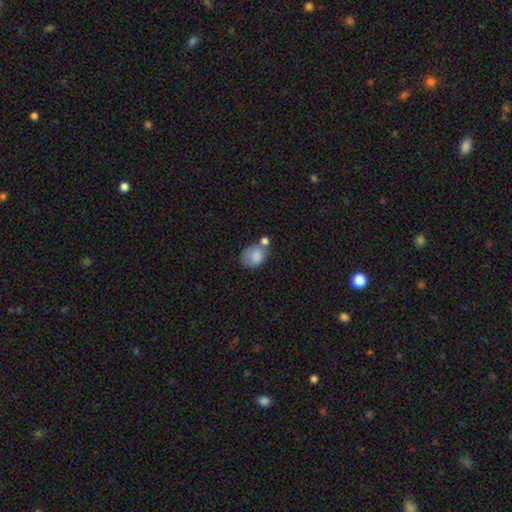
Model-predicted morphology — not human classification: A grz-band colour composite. It shows a smooth galaxy with no disk features (82%) that is in between round and cigar-shaped (64%). Merging: none (39%).